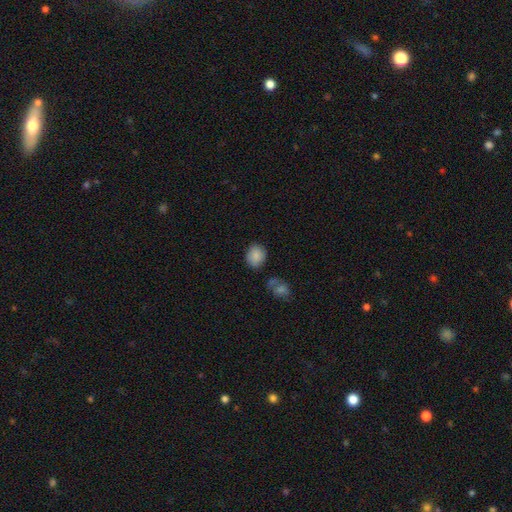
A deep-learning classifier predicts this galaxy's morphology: Smooth or featured? Predicted: smooth (p=0.86). How rounded? Predicted: round (p=0.56). Merging? Predicted: none (p=0.75).